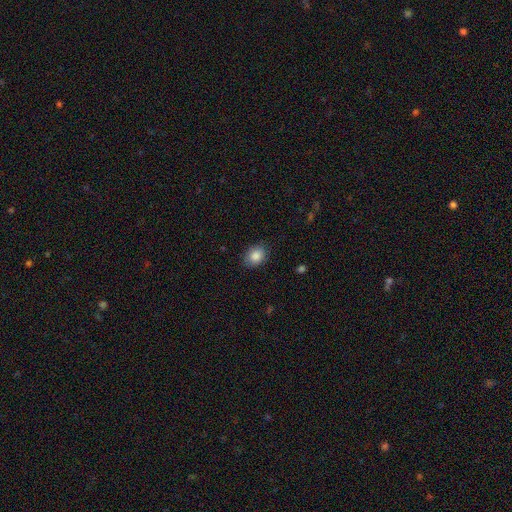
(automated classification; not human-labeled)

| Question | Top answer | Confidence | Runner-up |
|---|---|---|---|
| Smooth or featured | smooth | 87% | star or artifact (8%) |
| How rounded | in between | 58% | round (41%) |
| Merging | none | 85% | minor disturbance (12%) |